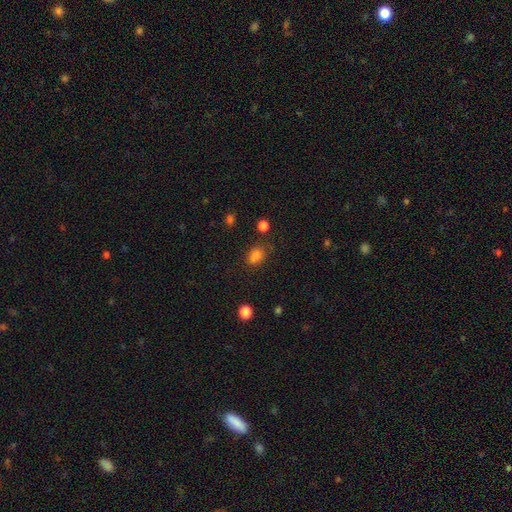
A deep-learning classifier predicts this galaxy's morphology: Smooth or featured? smooth (77%)
How rounded? in between (68%)
Merging? none (57%)